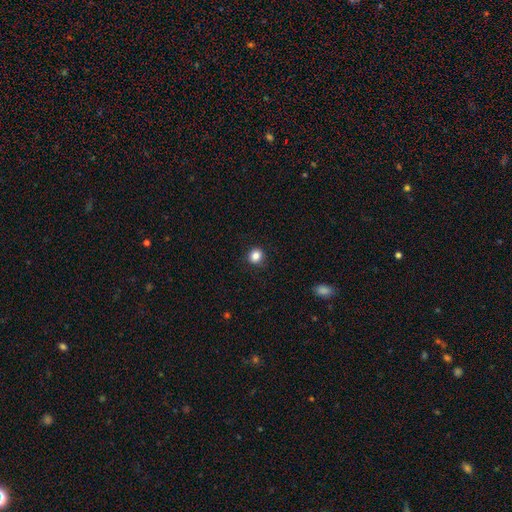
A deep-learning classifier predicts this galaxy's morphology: smooth 85%, star or artifact 11%, featured or disk 4%. Down the decision tree: how rounded — round (86%); merging — none (91%).